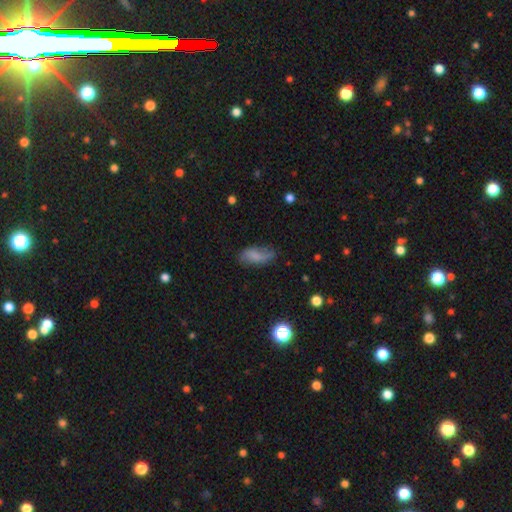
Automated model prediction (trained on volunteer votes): Smooth or featured? smooth (59%)
How rounded? in between (85%)
Merging? none (58%)